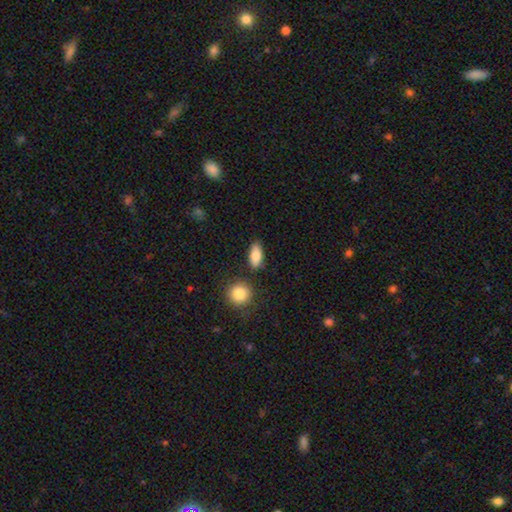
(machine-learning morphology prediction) Smooth or featured? Predicted: smooth (p=0.83). How rounded? Predicted: in between (p=0.85). Merging? Predicted: none (p=0.80).